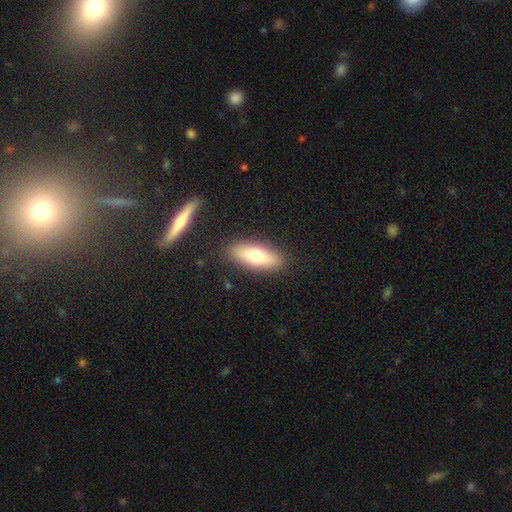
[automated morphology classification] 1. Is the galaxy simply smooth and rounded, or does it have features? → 70% smooth, 23% featured or disk, 7% star or artifact.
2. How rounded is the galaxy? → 66% in between, 31% cigar-shaped, 3% round.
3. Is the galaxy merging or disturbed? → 87% none, 9% minor disturbance, 3% major disturbance, 2% merger.